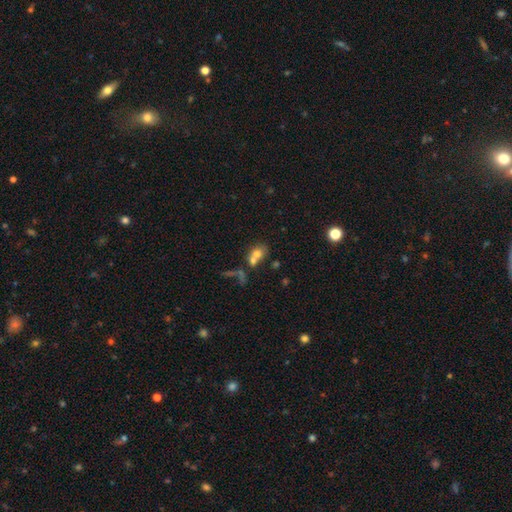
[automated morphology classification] smooth-or-featured: smooth: 64% | featured or disk: 23% | star or artifact: 13%
  how-rounded: in between: 49% | round: 48% | cigar-shaped: 2%
  merging: merger: 61% | none: 23% | major disturbance: 9% | minor disturbance: 7%